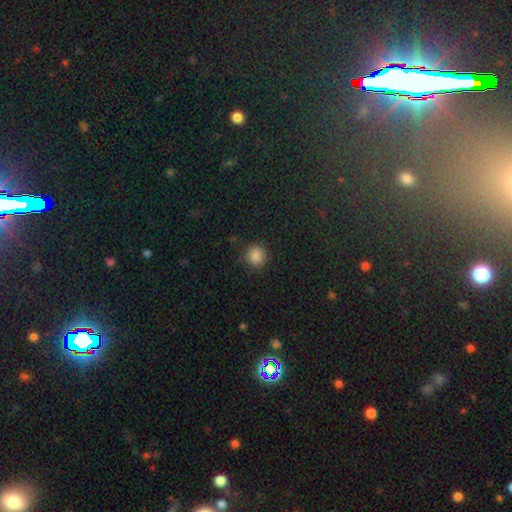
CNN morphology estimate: Smooth or featured: smooth — 86% (star or artifact — 11%)
How rounded: round — 91% (in between — 8%)
Merging: none — 88% (minor disturbance — 9%)